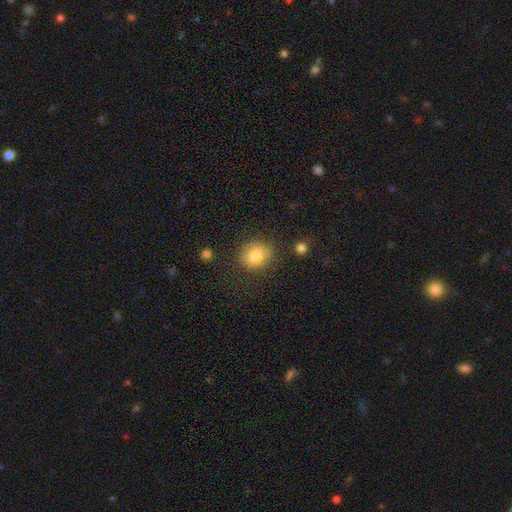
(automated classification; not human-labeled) A smooth galaxy with no disk features (84%) that is round (72%).

Vote fractions:
- Smooth or featured? smooth: 84% / star or artifact: 9% / featured or disk: 7%
- How rounded? round: 72% / in between: 27% / cigar-shaped: 1%
- Merging? none: 79% / minor disturbance: 13% / major disturbance: 5% / merger: 3%